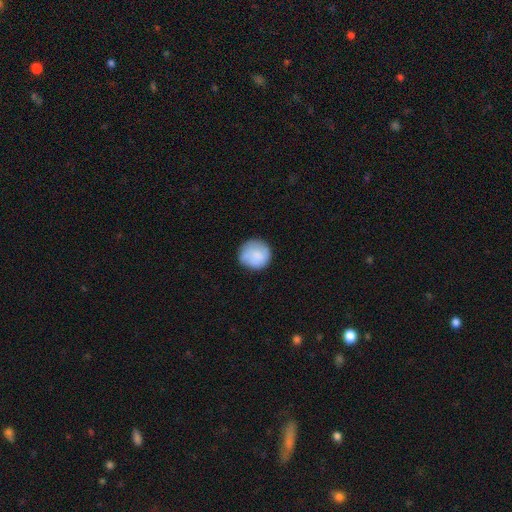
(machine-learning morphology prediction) Smooth or featured: smooth — 80% (featured or disk — 14%)
How rounded: round — 92% (in between — 7%)
Merging: none — 75% (minor disturbance — 19%)